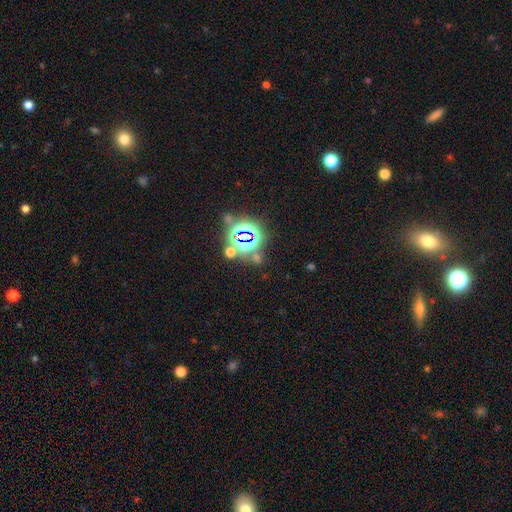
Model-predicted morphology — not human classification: Smooth or featured: star or artifact — 78% (smooth — 13%)